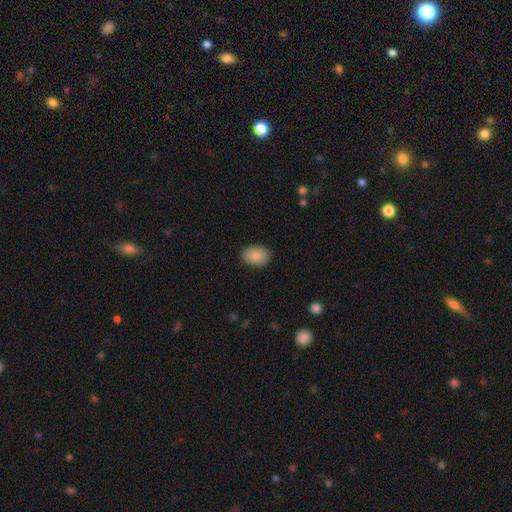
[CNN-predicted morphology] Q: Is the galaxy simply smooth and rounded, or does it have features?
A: smooth — 88%.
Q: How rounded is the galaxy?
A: in between — 81%.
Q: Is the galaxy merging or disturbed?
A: none — 87%.